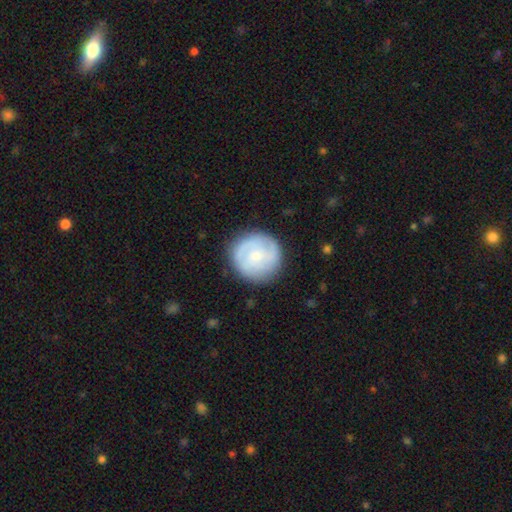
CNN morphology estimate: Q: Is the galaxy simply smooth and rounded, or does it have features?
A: featured or disk — 59%.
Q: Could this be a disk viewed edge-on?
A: no — 98%.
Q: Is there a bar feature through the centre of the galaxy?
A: no — 62%.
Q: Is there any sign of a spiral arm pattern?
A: yes — 85%.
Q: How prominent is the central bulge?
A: small — 56%.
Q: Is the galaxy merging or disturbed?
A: none — 83%.